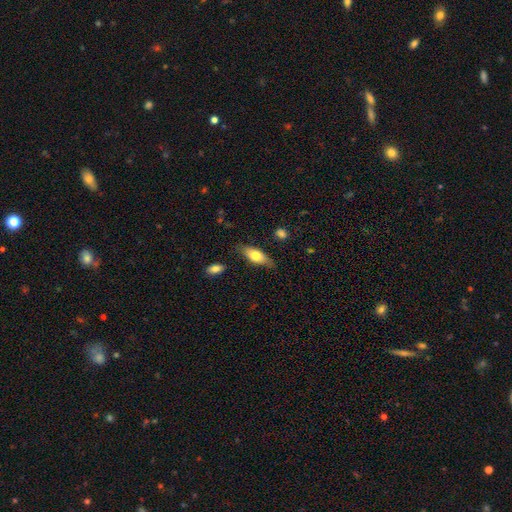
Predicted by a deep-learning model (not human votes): A smooth galaxy with no disk features (68%) that is in between round and cigar-shaped (74%).

Vote fractions:
- Smooth or featured? smooth: 68% / featured or disk: 26% / star or artifact: 6%
- How rounded? in between: 74% / cigar-shaped: 23% / round: 3%
- Merging? none: 72% / minor disturbance: 22% / major disturbance: 4% / merger: 2%